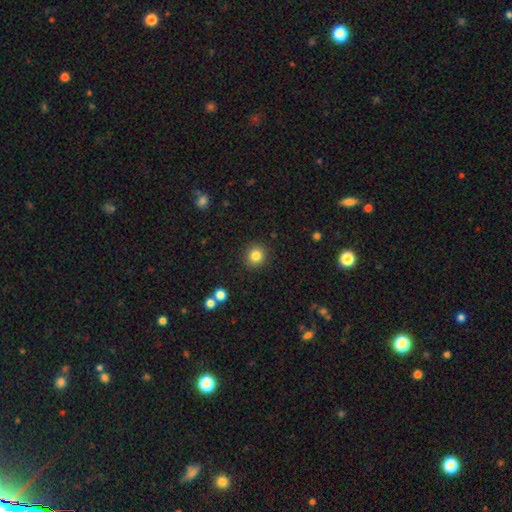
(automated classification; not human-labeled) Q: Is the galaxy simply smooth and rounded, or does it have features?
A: smooth — 83%.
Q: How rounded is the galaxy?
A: round — 90%.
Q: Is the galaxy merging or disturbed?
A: none — 90%.